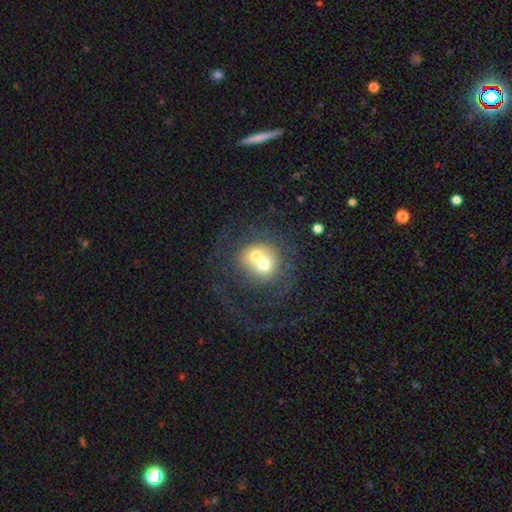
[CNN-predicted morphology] A smooth galaxy with no disk features (47%).

Vote fractions:
- Smooth or featured? smooth: 47% / featured or disk: 42% / star or artifact: 11%
- Merging? merger: 63% / none: 22% / major disturbance: 8% / minor disturbance: 7%